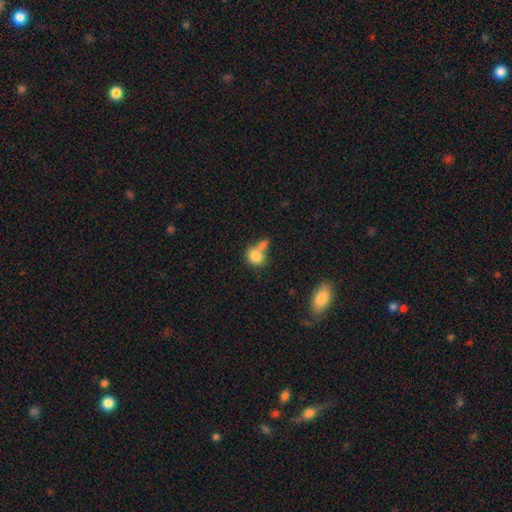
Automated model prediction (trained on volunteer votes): Smooth or featured: smooth — 81% (featured or disk — 10%)
How rounded: round — 63% (in between — 35%)
Merging: merger — 46% (none — 36%)